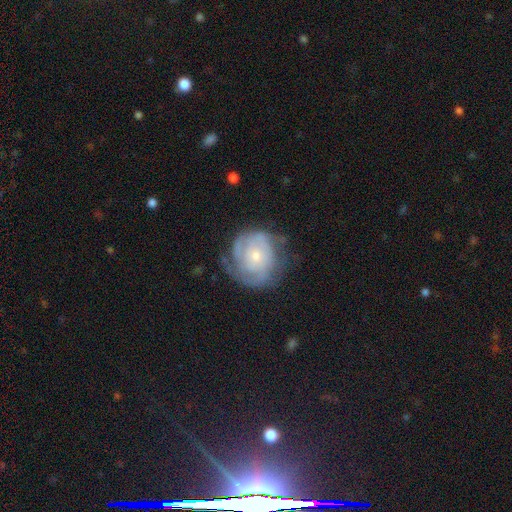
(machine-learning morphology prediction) type=featured or disk (76%); edge-on=no (98%); bar=no (80%); spiral arms=yes (90%); winding=tight (67%); arm count=can't tell (39%); bulge=small (67%); merging=none (64%).